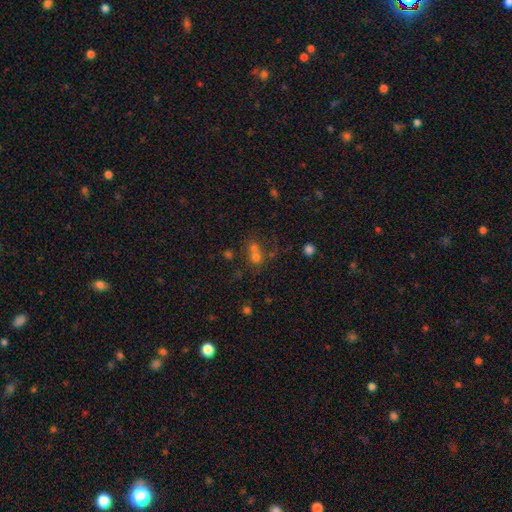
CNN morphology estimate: Smooth or featured?
  - smooth: 54% *
  - star or artifact: 28%
  - featured or disk: 18%
How rounded?
  - round: 76% *
  - in between: 23%
  - cigar-shaped: 1%
Merging?
  - merger: 51% *
  - none: 36%
  - minor disturbance: 7%
  - major disturbance: 6%